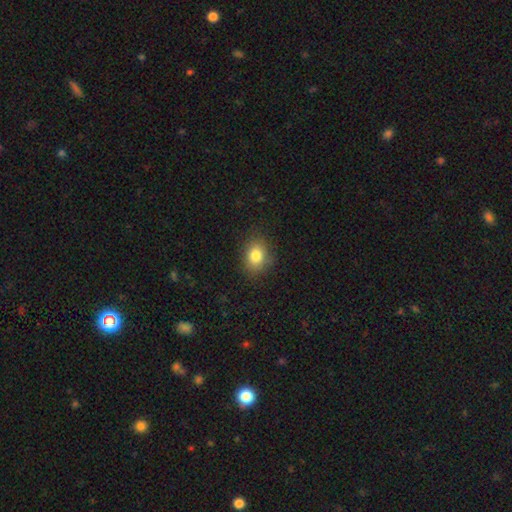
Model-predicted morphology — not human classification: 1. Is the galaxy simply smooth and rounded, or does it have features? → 82% smooth, 10% star or artifact, 8% featured or disk.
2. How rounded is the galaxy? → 56% in between, 42% round, 1% cigar-shaped.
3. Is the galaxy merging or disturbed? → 83% none, 13% minor disturbance, 3% major disturbance, 1% merger.